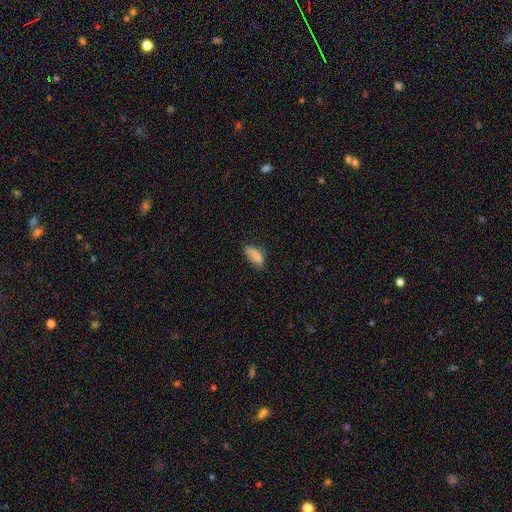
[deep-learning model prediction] Smooth or featured: smooth — 83% (star or artifact — 9%)
How rounded: in between — 78% (cigar-shaped — 19%)
Merging: none — 56% (minor disturbance — 31%)